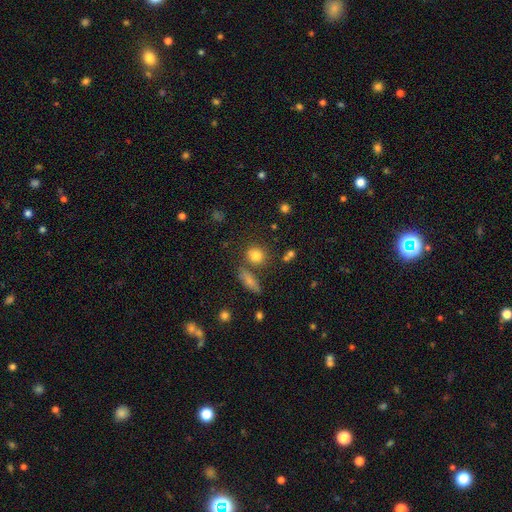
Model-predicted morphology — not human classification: A smooth galaxy with no disk features (81%) that is round (78%).

Vote fractions:
- Smooth or featured? smooth: 81% / star or artifact: 12% / featured or disk: 8%
- How rounded? round: 78% / in between: 20% / cigar-shaped: 2%
- Merging? none: 72% / merger: 13% / minor disturbance: 11% / major disturbance: 4%